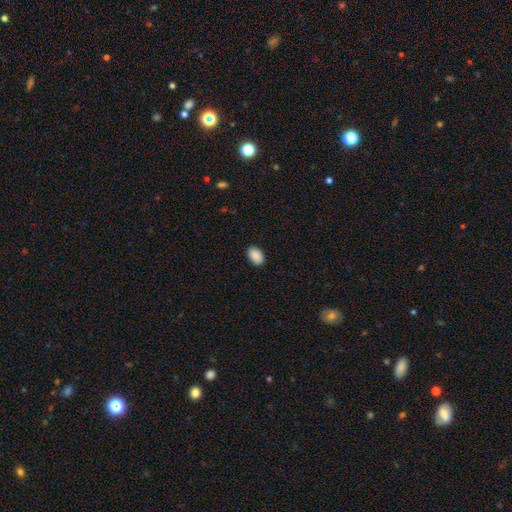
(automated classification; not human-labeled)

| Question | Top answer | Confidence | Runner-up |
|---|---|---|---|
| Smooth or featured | smooth | 90% | star or artifact (7%) |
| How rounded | in between | 88% | round (11%) |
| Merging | none | 88% | minor disturbance (9%) |